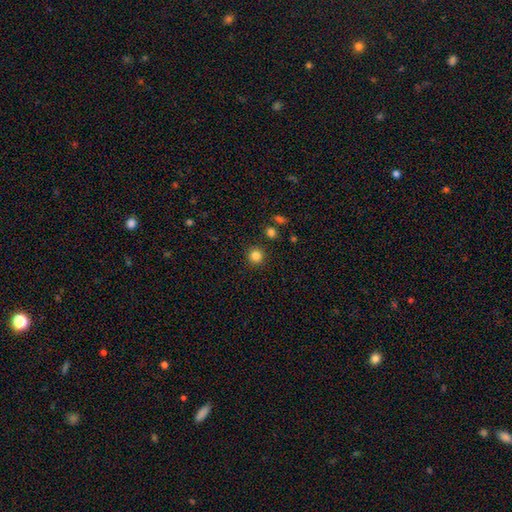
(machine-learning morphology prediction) Smooth or featured?
  - smooth: 84% *
  - star or artifact: 12%
  - featured or disk: 4%
How rounded?
  - round: 94% *
  - in between: 5%
  - cigar-shaped: 1%
Merging?
  - none: 90% *
  - minor disturbance: 5%
  - merger: 2%
  - major disturbance: 2%